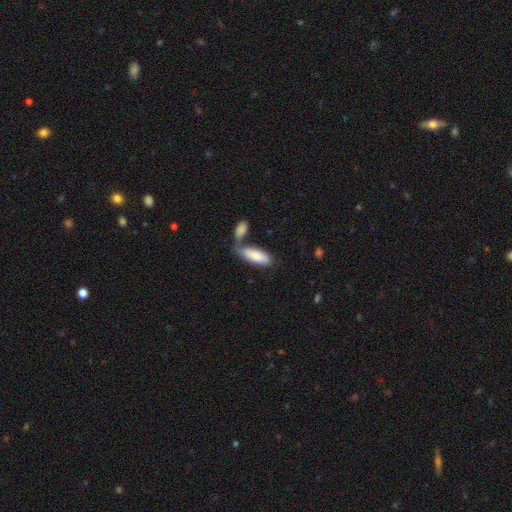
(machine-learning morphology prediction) smooth-or-featured: smooth: 84% | featured or disk: 11% | star or artifact: 5%
  how-rounded: in between: 72% | cigar-shaped: 26% | round: 2%
  merging: merger: 43% | none: 36% | minor disturbance: 15% | major disturbance: 6%